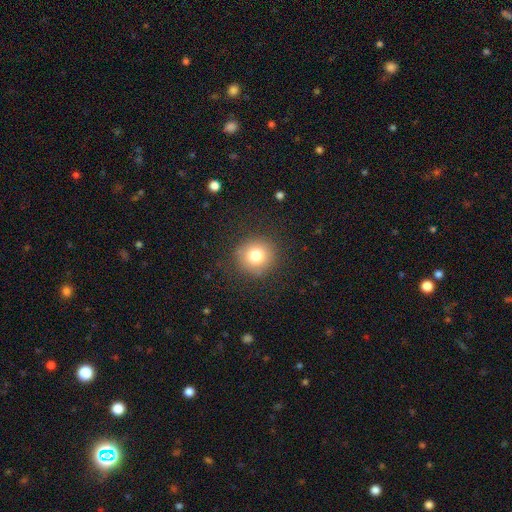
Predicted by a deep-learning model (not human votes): Q: Smooth or featured?
A: smooth (79%); runner-up: star or artifact (11%)
Q: How rounded?
A: round (92%); runner-up: in between (7%)
Q: Merging?
A: none (87%); runner-up: minor disturbance (8%)